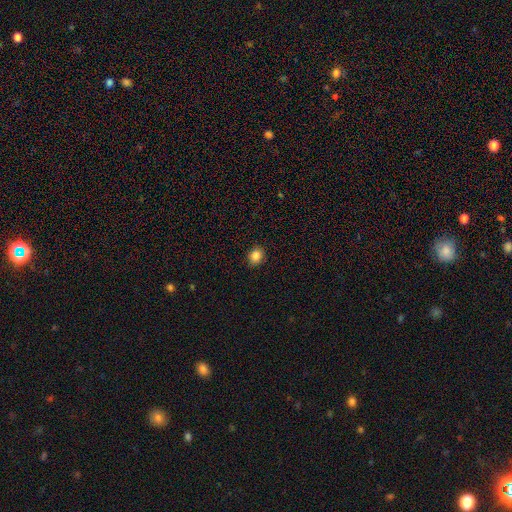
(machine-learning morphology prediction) Smooth or featured?
  - smooth: 85% *
  - star or artifact: 10%
  - featured or disk: 5%
How rounded?
  - round: 64% *
  - in between: 35%
  - cigar-shaped: 1%
Merging?
  - none: 90% *
  - minor disturbance: 7%
  - major disturbance: 2%
  - merger: 1%